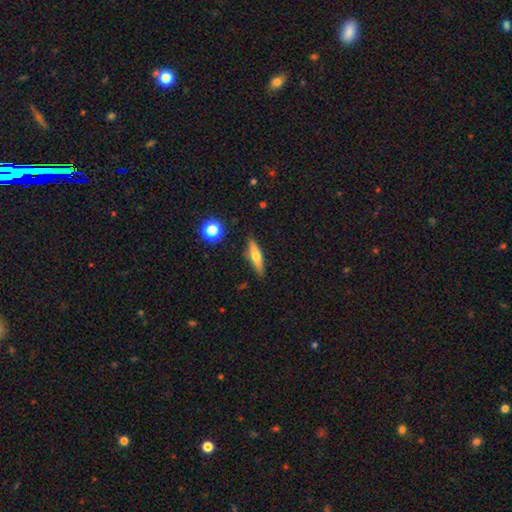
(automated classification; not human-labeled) smooth-or-featured: smooth: 56% | featured or disk: 36% | star or artifact: 8%
  how-rounded: cigar-shaped: 76% | in between: 21% | round: 3%
  merging: none: 85% | minor disturbance: 10% | major disturbance: 2% | merger: 2%